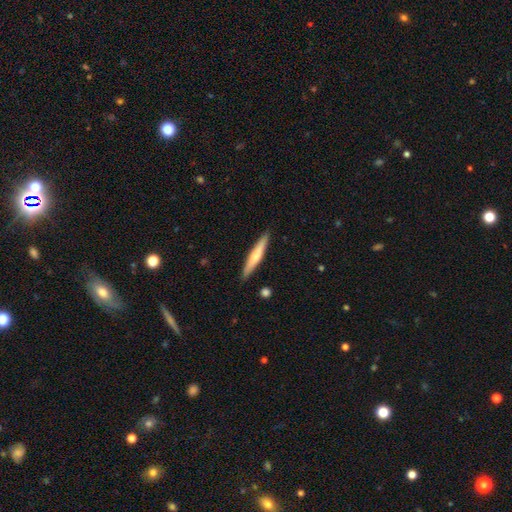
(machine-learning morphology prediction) type=smooth (52%); roundness=cigar-shaped (93%); merging=none (89%).